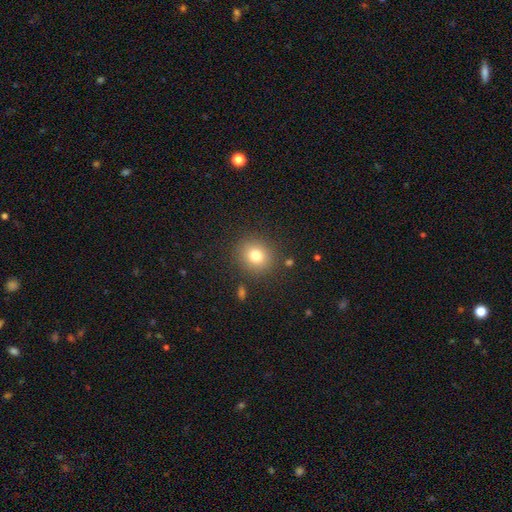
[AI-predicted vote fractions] A smooth galaxy with no disk features (78%) that is round (84%). Merging: none (87%).